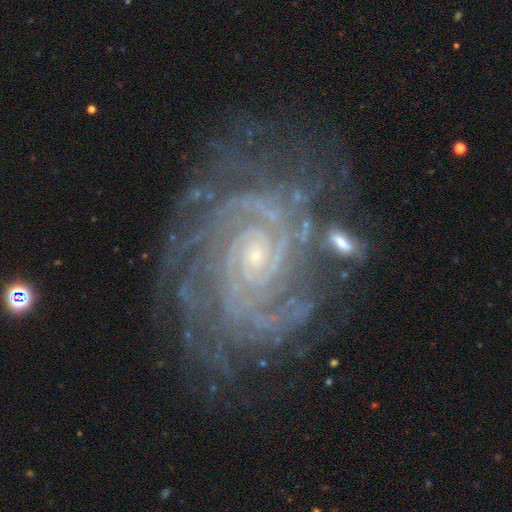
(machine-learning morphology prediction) Smooth or featured?
  - featured or disk: 90% *
  - star or artifact: 6%
  - smooth: 3%
Edge-on disk?
  - no: 97% *
  - yes: 3%
Bar?
  - no: 65% *
  - weak: 26%
  - strong: 9%
Spiral arms?
  - yes: 98% *
  - no: 2%
Spiral winding?
  - tight: 75% *
  - medium: 22%
  - loose: 4%
Spiral arm count?
  - can't tell: 23% *
  - 2: 19%
  - 4: 18%
  - more than 4: 16%
  - 3: 16%
  - 1: 8%
Bulge size?
  - small: 80% *
  - moderate: 16%
  - none: 2%
  - large: 1%
  - dominant: 1%
Merging?
  - none: 71% *
  - minor disturbance: 18%
  - major disturbance: 8%
  - merger: 3%